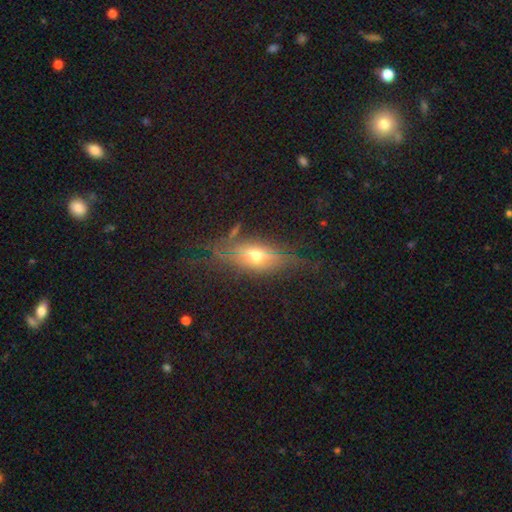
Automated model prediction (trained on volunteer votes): Overall: featured or disk (46%; smooth 38%). Merging: none (73%).